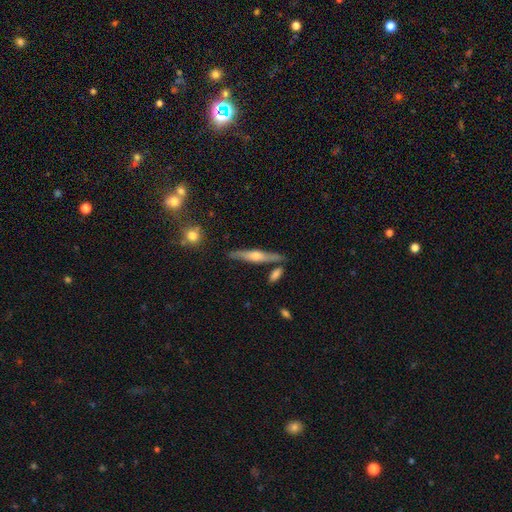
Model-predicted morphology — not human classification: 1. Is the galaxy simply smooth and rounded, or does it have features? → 67% featured or disk, 25% smooth, 7% star or artifact.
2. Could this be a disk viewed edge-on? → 96% yes, 4% no.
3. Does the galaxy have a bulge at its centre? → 85% rounded, 8% boxy, 7% none.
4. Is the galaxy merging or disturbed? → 81% none, 10% minor disturbance, 7% merger, 2% major disturbance.